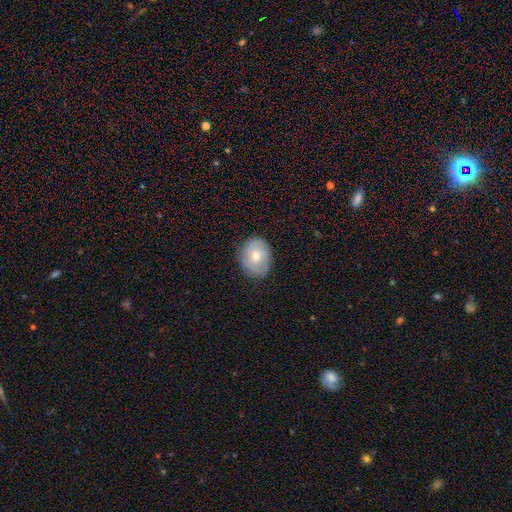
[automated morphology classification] Smooth or featured? Predicted: smooth (p=0.58). How rounded? Predicted: round (p=0.59). Merging? Predicted: none (p=0.81).